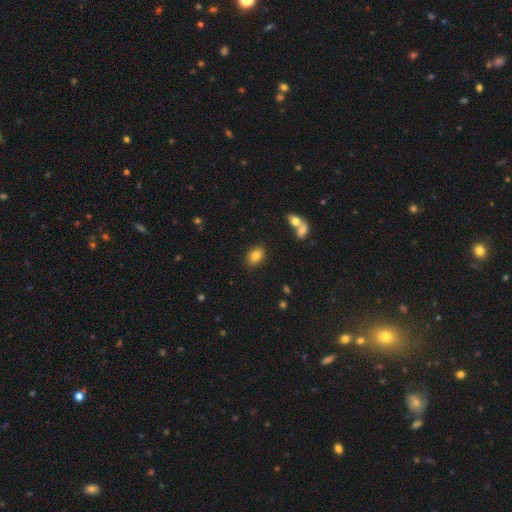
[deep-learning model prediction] Smooth or featured? smooth (82%)
How rounded? in between (75%)
Merging? none (85%)